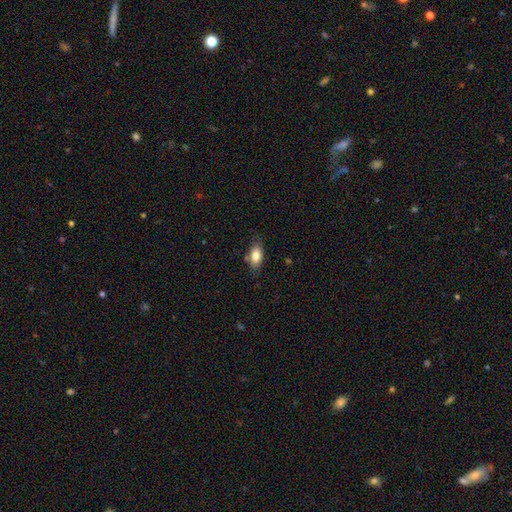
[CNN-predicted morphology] Smooth or featured? Predicted: smooth (p=0.81). How rounded? Predicted: in between (p=0.88). Merging? Predicted: none (p=0.74).